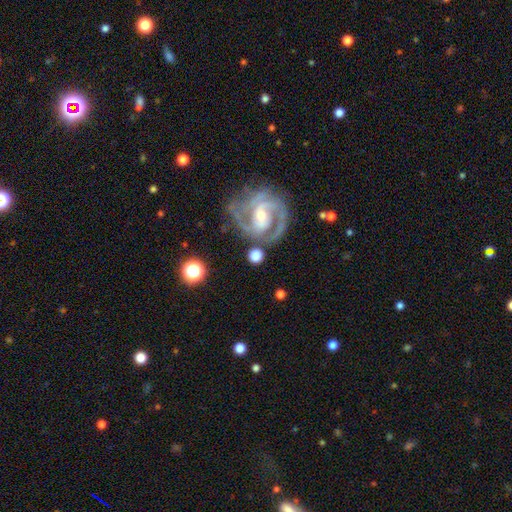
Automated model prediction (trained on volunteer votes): Morphology: type=featured or disk (49%); merging=none (75%).